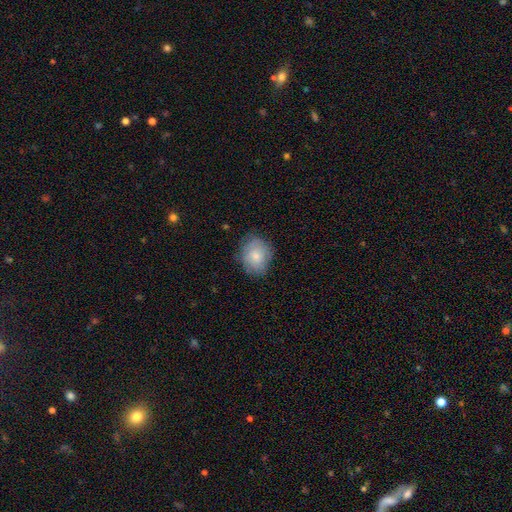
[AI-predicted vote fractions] smooth_or_featured: smooth (p=0.70) [alt: featured or disk p=0.23]
how_rounded: round (p=0.54) [alt: in between p=0.45]
merging: none (p=0.71) [alt: minor disturbance p=0.22]